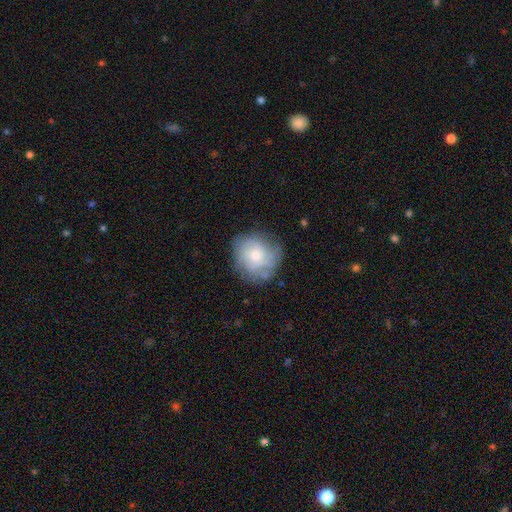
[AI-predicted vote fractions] This appears to be a smooth galaxy with no disk features (54%) that is round (83%). Merging: none (69%).